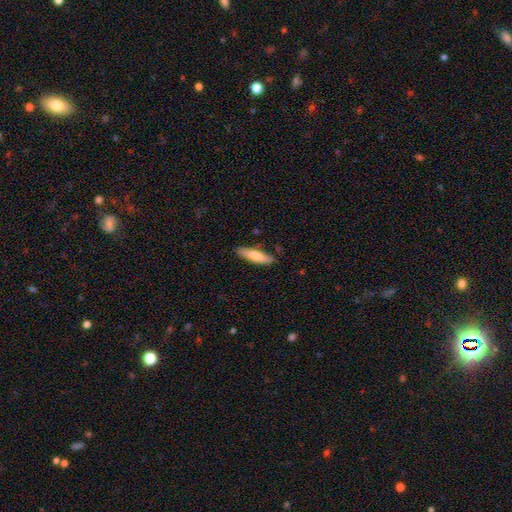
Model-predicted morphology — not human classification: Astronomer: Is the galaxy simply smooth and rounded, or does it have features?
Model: smooth — 75%.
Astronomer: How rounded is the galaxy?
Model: cigar-shaped — 67%.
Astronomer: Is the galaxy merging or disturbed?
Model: none — 83%.